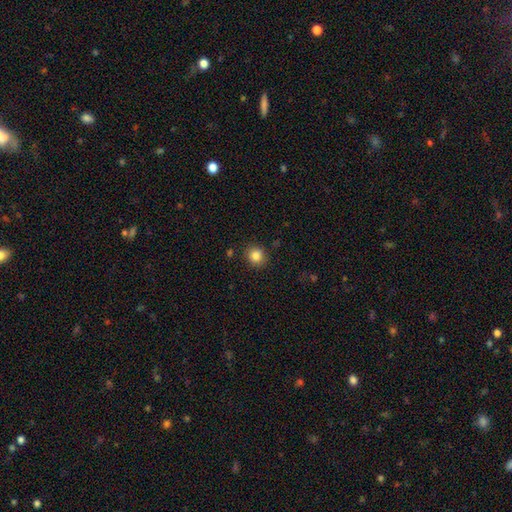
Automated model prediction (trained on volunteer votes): Smooth or featured? Predicted: smooth (p=0.85). How rounded? Predicted: round (p=0.86). Merging? Predicted: none (p=0.88).